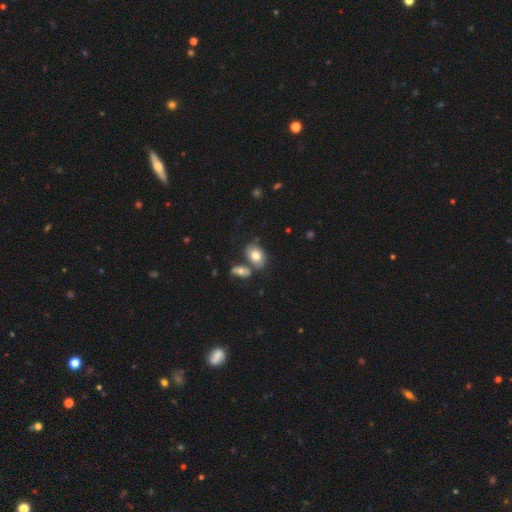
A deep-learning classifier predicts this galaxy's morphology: type=smooth (74%); roundness=in between (85%); merging=none (56%).